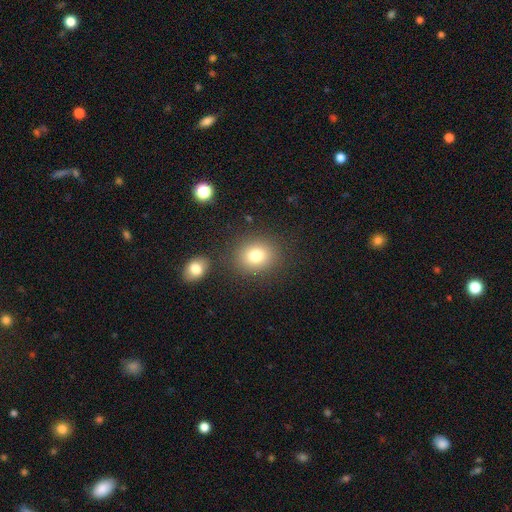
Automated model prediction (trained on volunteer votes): A smooth galaxy with no disk features (79%) that is round (68%).

Vote fractions:
- Smooth or featured? smooth: 79% / star or artifact: 12% / featured or disk: 9%
- How rounded? round: 68% / in between: 31% / cigar-shaped: 1%
- Merging? none: 82% / minor disturbance: 9% / merger: 6% / major disturbance: 3%